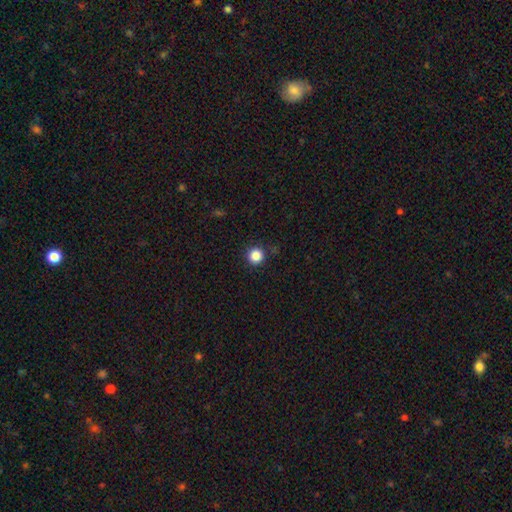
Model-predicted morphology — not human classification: Smooth or featured? smooth (86%)
How rounded? round (95%)
Merging? none (89%)